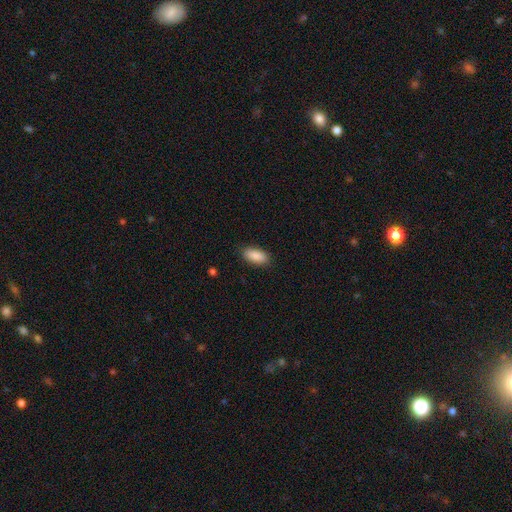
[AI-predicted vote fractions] Smooth or featured: smooth — 90% (star or artifact — 6%)
How rounded: in between — 88% (cigar-shaped — 10%)
Merging: none — 87% (minor disturbance — 10%)